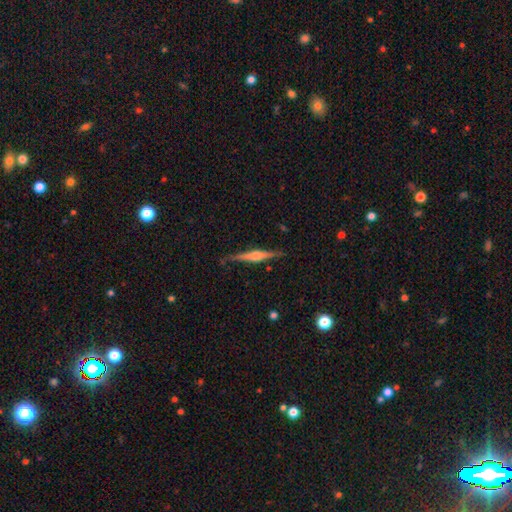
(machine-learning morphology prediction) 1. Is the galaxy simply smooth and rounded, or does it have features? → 76% featured or disk, 18% smooth, 5% star or artifact.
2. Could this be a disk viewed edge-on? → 98% yes, 2% no.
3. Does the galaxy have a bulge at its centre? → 84% rounded, 11% boxy, 5% none.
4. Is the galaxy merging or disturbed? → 87% none, 10% minor disturbance, 2% major disturbance, 1% merger.